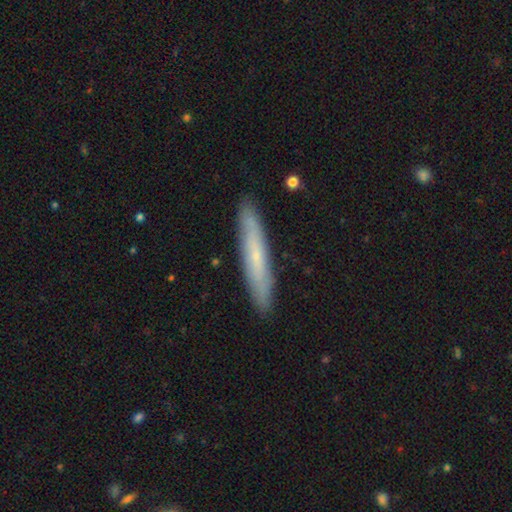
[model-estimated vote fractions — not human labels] Overall: smooth (50%; featured or disk 44%). Merging: none (89%).